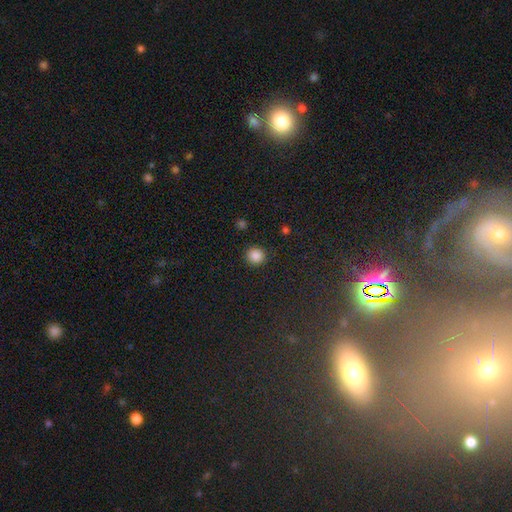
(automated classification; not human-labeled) Smooth or featured? smooth (86%)
How rounded? round (92%)
Merging? none (91%)